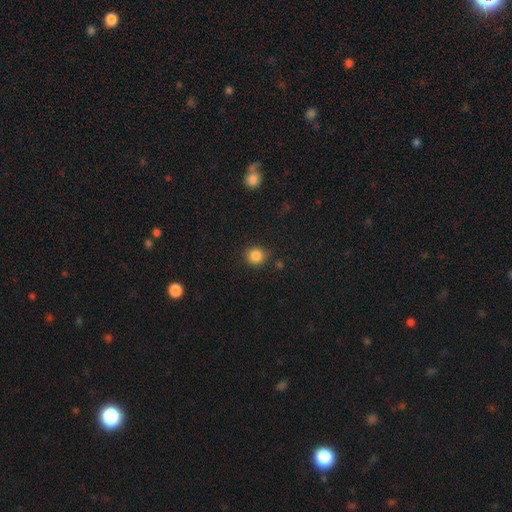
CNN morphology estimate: Smooth or featured? smooth (85%)
How rounded? round (92%)
Merging? none (86%)